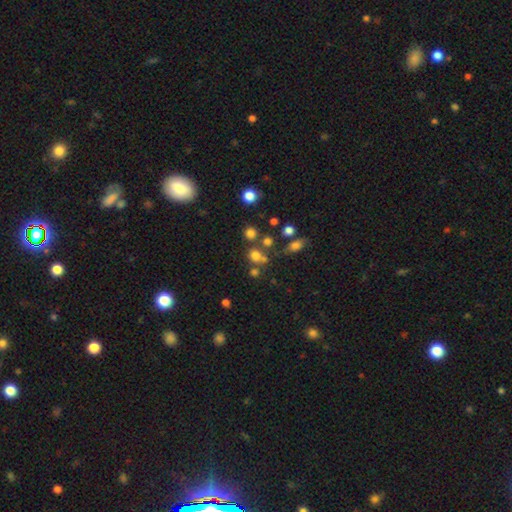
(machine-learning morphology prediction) This is likely a smooth galaxy (70%). How rounded: clearly round (82%). Merging: possibly none (59%).